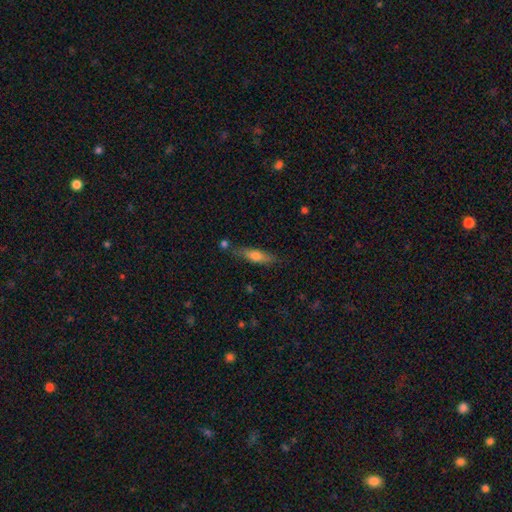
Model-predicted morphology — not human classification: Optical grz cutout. It shows a smooth galaxy with no disk features (59%) that is cigar-shaped (68%). Merging: none (73%).